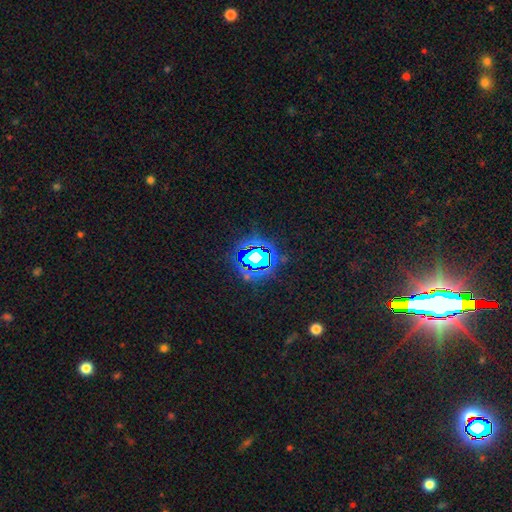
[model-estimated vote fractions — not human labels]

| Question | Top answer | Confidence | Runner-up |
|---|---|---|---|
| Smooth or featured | star or artifact | 74% | smooth (15%) |